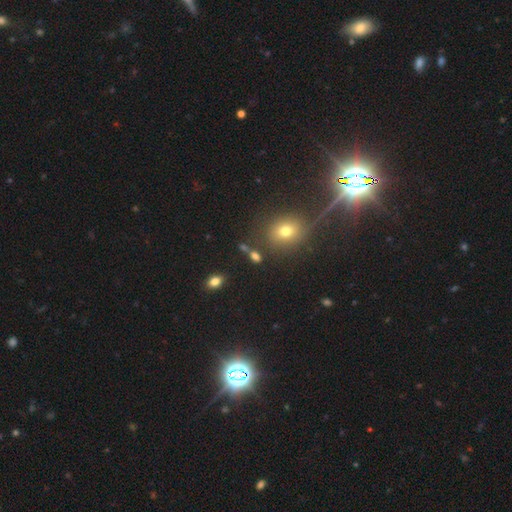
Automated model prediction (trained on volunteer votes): Smooth or featured? Predicted: smooth (p=0.47). Merging? Predicted: none (p=0.79).